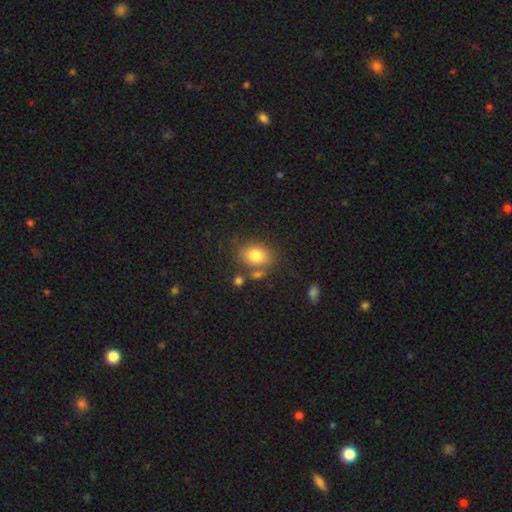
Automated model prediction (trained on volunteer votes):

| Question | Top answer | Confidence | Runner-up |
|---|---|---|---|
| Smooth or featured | smooth | 81% | star or artifact (10%) |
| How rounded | in between | 64% | round (35%) |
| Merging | none | 68% | minor disturbance (15%) |